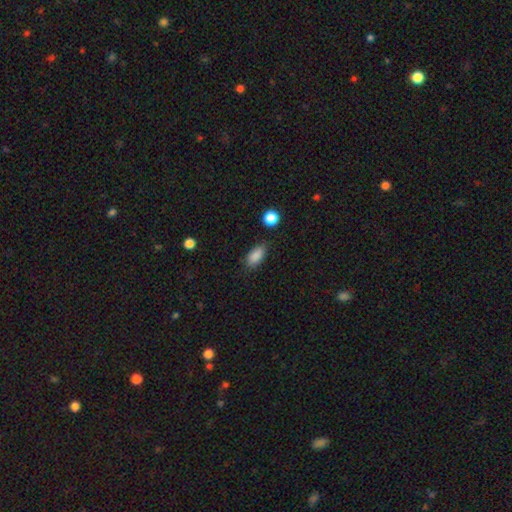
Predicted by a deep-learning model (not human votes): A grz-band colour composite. It shows a smooth galaxy with no disk features (87%) that is in between round and cigar-shaped (89%). Merging: none (80%).